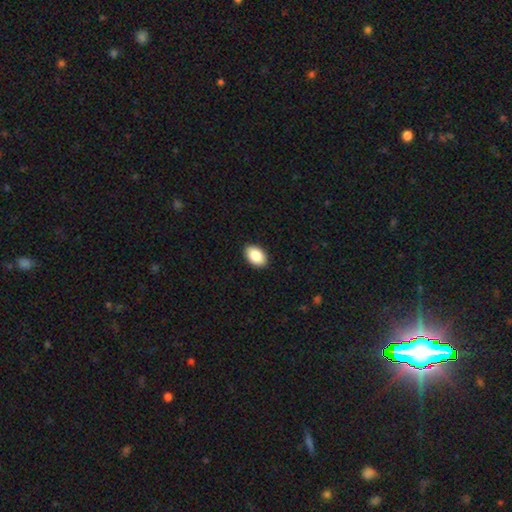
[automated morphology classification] Q: Smooth or featured?
A: smooth (87%); runner-up: star or artifact (7%)
Q: How rounded?
A: in between (92%); runner-up: round (7%)
Q: Merging?
A: none (90%); runner-up: minor disturbance (7%)